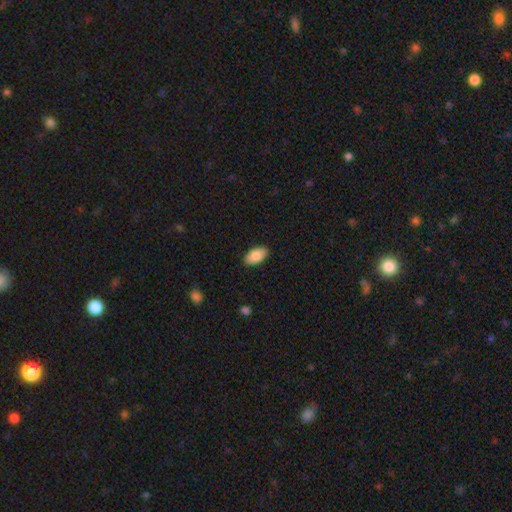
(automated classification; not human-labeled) Smooth or featured?
  - smooth: 86% *
  - featured or disk: 7%
  - star or artifact: 6%
How rounded?
  - in between: 95% *
  - round: 3%
  - cigar-shaped: 2%
Merging?
  - none: 88% *
  - minor disturbance: 9%
  - major disturbance: 2%
  - merger: 1%